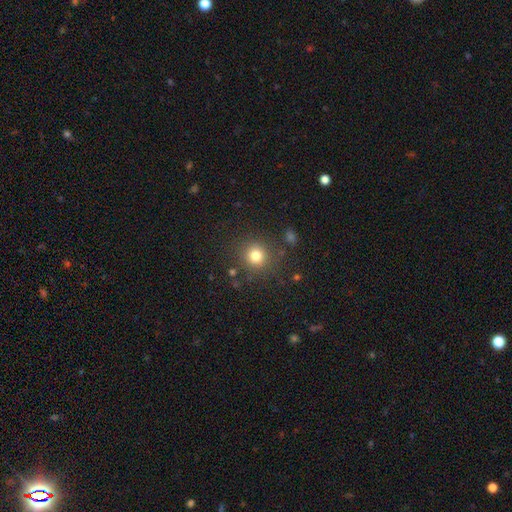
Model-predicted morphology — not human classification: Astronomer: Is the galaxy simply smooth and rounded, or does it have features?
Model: smooth — 79%.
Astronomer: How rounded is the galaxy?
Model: round — 91%.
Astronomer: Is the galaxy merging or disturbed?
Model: none — 85%.